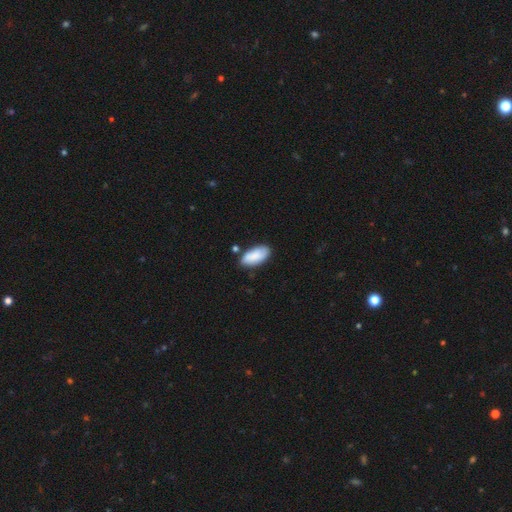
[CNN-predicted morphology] smooth 83%, featured or disk 10%, star or artifact 6%. Down the decision tree: how rounded — in between (92%); merging — none (71%).